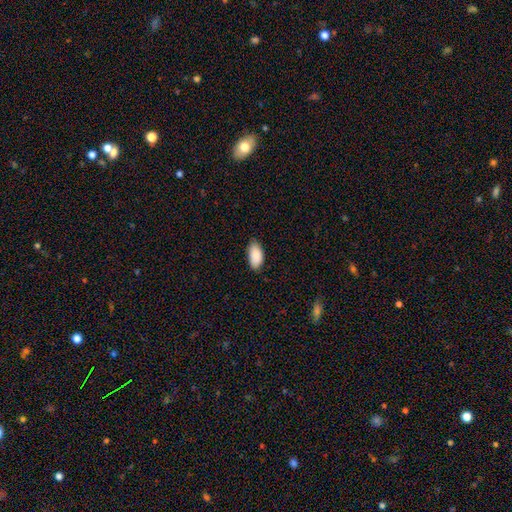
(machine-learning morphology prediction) A smooth galaxy with no disk features (90%) that is in between round and cigar-shaped (95%). Merging: none (78%).